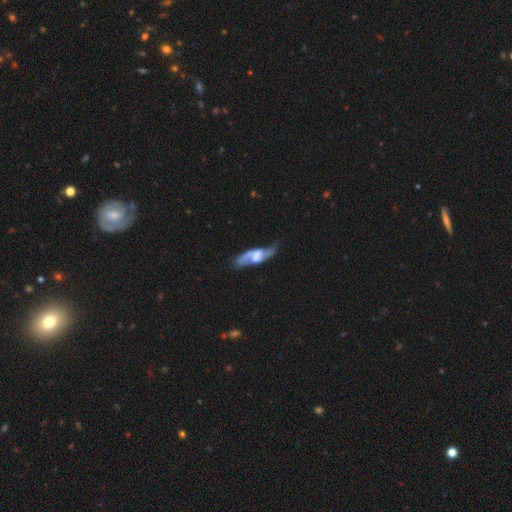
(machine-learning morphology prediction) This is likely a featured or disk galaxy (75%). It is clearly not viewed edge-on (85%). Bar: possibly weak (45%). Spiral arm pattern: clearly yes (89%). Spiral arm count: clearly 2 (85%). Spiral winding: possibly loose (51%). Central bulge: marginally none (31%). Merging: likely none (61%).